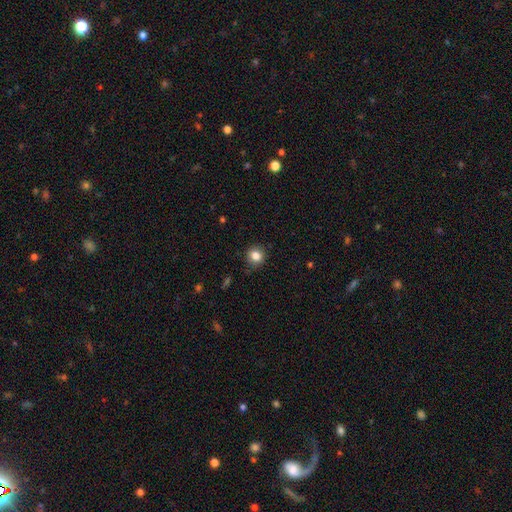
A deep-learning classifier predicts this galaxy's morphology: Smooth or featured: smooth — 83% (star or artifact — 11%)
How rounded: round — 89% (in between — 10%)
Merging: none — 87% (minor disturbance — 10%)